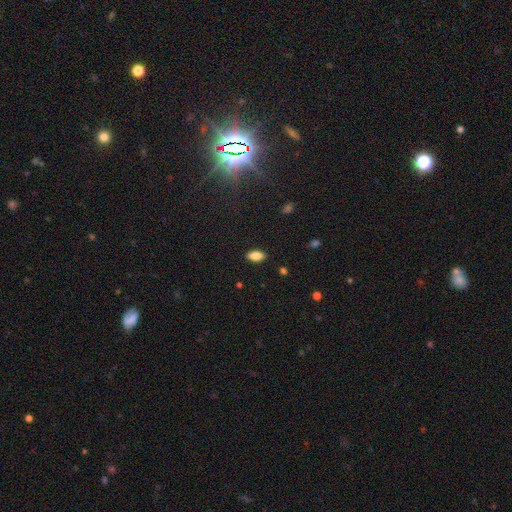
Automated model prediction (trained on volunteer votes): smooth_or_featured: smooth (p=0.81) [alt: featured or disk p=0.11]
how_rounded: in between (p=0.89) [alt: cigar-shaped p=0.08]
merging: none (p=0.88) [alt: minor disturbance p=0.09]